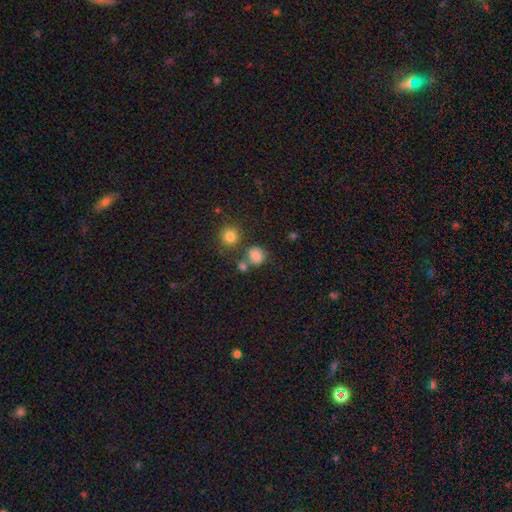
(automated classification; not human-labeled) Overall: smooth (79%). How rounded: round (67%; in between 32%). Merging: none (55%; merger 23%).